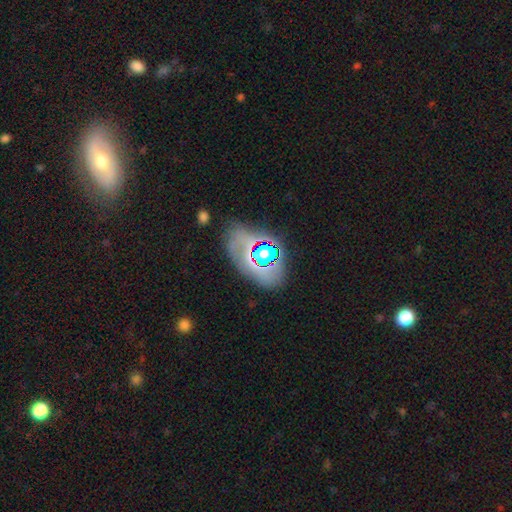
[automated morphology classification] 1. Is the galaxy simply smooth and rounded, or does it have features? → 37% smooth, 33% featured or disk, 30% star or artifact.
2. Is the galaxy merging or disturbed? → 66% none, 19% minor disturbance, 10% major disturbance, 4% merger.